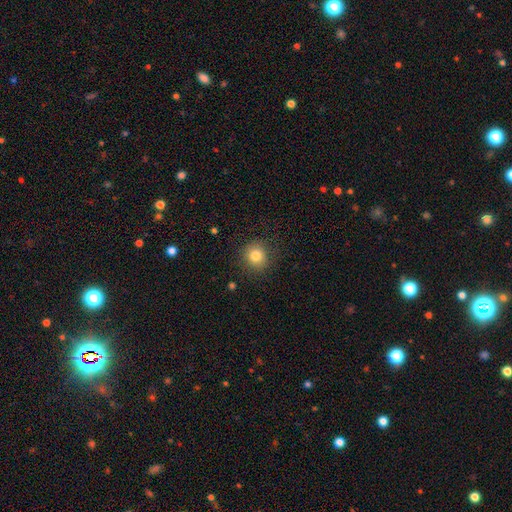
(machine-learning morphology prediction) This appears to be a smooth galaxy with no disk features (82%) that is round (90%). Merging: none (87%).